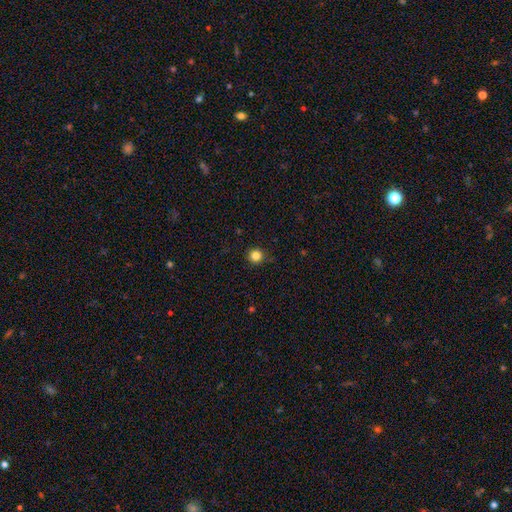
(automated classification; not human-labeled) This appears to be a smooth galaxy with no disk features (84%) that is round (94%). Merging: none (89%).